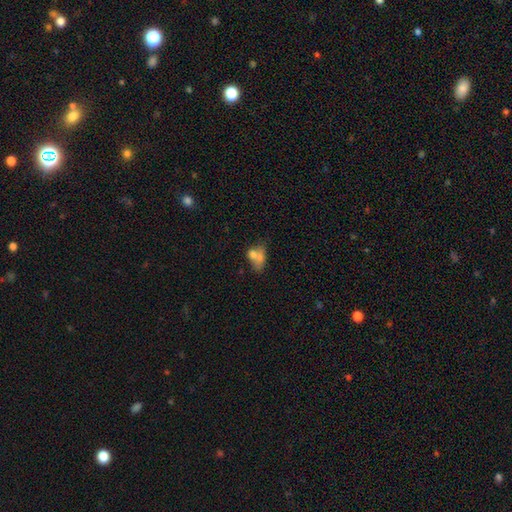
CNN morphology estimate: smooth_or_featured: smooth (p=0.66) [alt: featured or disk p=0.22]
how_rounded: in between (p=0.75) [alt: round p=0.22]
merging: merger (p=0.44) [alt: none p=0.24]